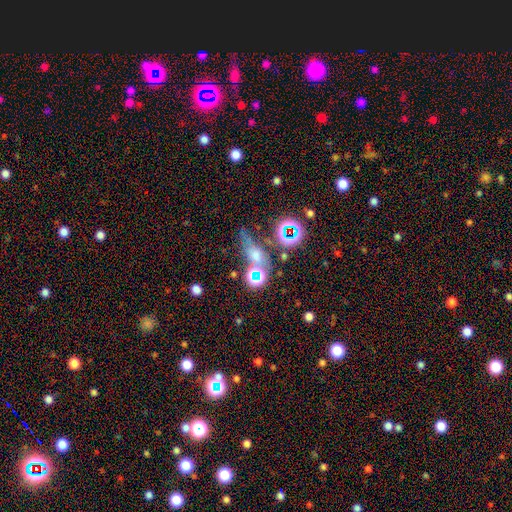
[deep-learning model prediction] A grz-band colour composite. It shows a star or artifact, not a galaxy (46%).